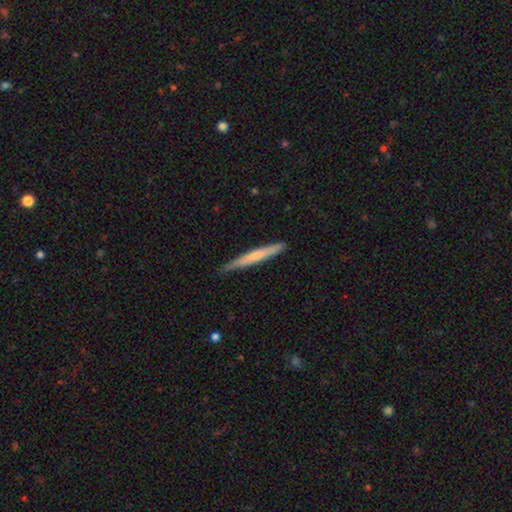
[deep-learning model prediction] smooth_or_featured: smooth (p=0.59) [alt: featured or disk p=0.36]
how_rounded: cigar-shaped (p=0.97) [alt: in between p=0.02]
merging: none (p=0.83) [alt: minor disturbance p=0.14]